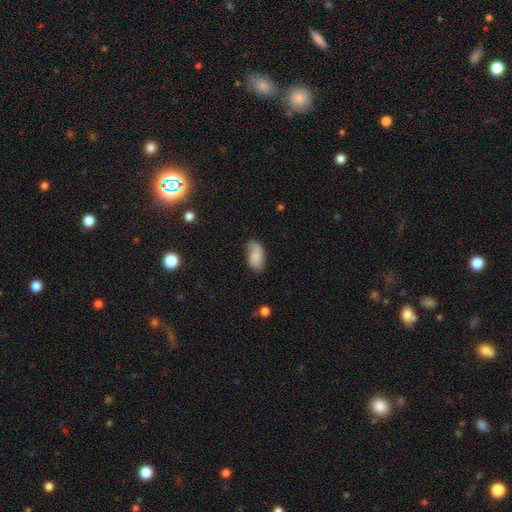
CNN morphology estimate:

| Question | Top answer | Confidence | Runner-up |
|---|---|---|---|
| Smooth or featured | smooth | 72% | featured or disk (21%) |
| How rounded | in between | 93% | round (3%) |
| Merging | none | 62% | minor disturbance (29%) |